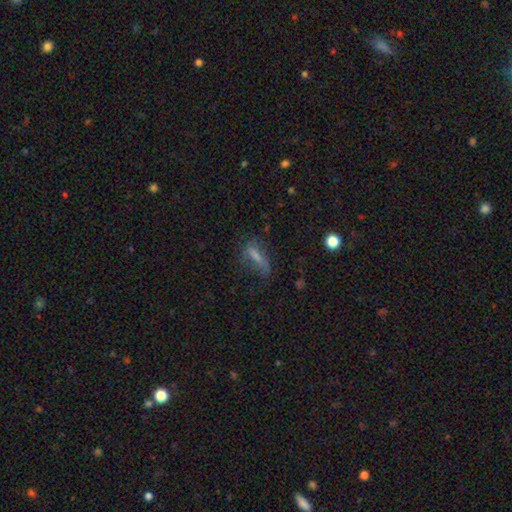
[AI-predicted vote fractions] This is likely a smooth galaxy (62%). How rounded: possibly in between (49%). Merging: marginally none (43%).